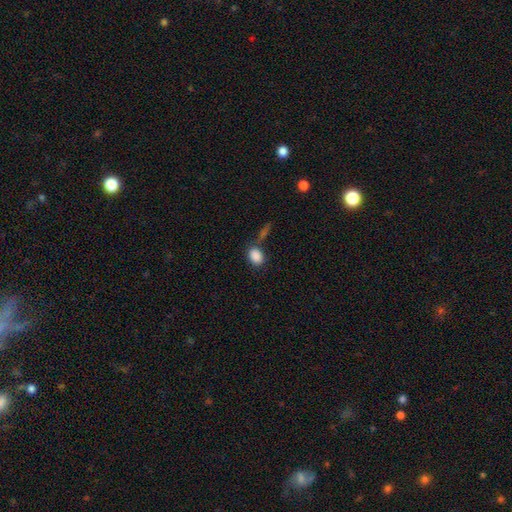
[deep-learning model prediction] Smooth or featured?
  - smooth: 87% *
  - star or artifact: 9%
  - featured or disk: 4%
How rounded?
  - in between: 77% *
  - round: 21%
  - cigar-shaped: 2%
Merging?
  - none: 62% *
  - merger: 17%
  - minor disturbance: 15%
  - major disturbance: 6%